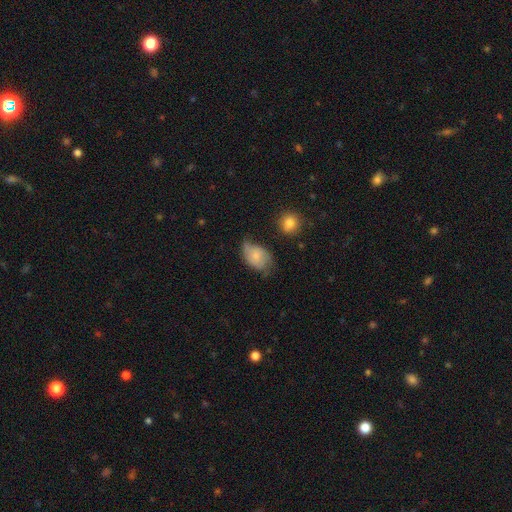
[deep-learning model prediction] This appears to be a smooth galaxy with no disk features (59%) that is in between round and cigar-shaped (81%). Merging: minor disturbance (40%).